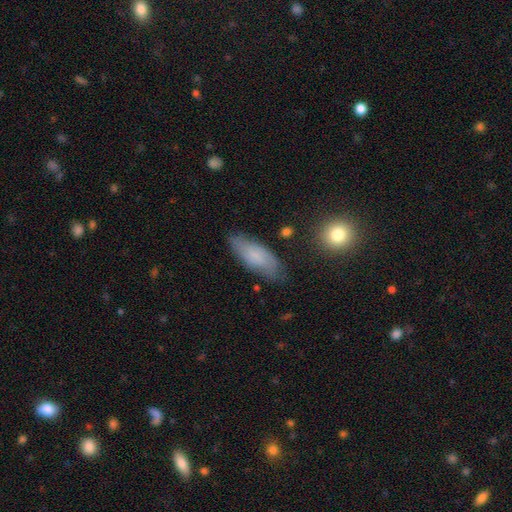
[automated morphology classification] Smooth or featured?
  - smooth: 61% *
  - featured or disk: 31%
  - star or artifact: 7%
How rounded?
  - in between: 75% *
  - cigar-shaped: 22%
  - round: 3%
Merging?
  - none: 72% *
  - minor disturbance: 21%
  - major disturbance: 4%
  - merger: 2%